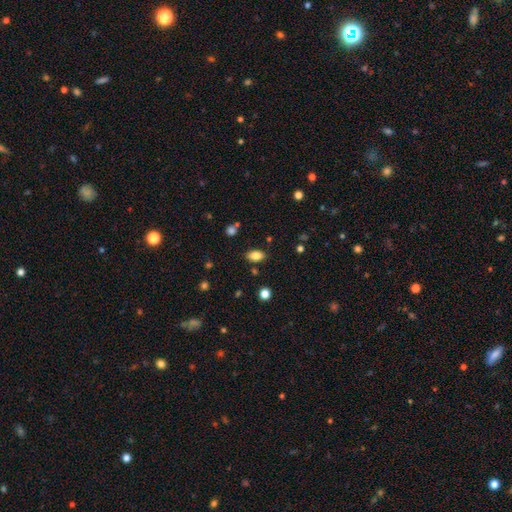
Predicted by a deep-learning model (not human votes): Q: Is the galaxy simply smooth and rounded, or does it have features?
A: smooth — 83%.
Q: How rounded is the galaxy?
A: in between — 90%.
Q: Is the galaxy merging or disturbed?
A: none — 84%.